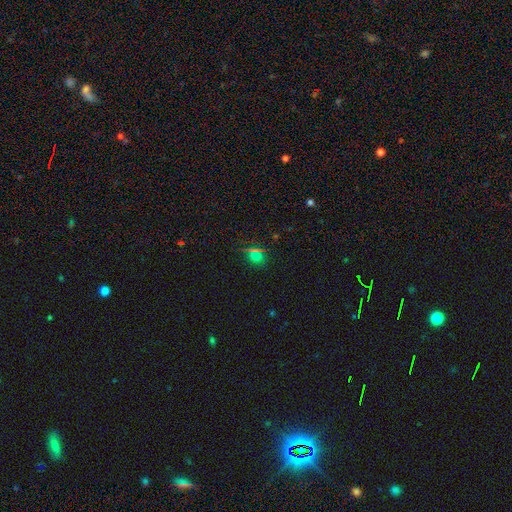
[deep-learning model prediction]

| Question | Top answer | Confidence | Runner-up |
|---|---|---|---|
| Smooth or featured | smooth | 47% | star or artifact (44%) |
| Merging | none | 80% | minor disturbance (11%) |